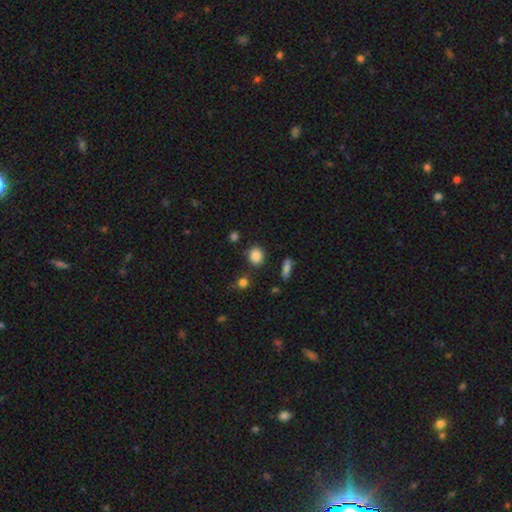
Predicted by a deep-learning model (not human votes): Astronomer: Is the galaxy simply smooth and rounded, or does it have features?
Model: smooth — 85%.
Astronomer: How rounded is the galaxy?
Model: round — 70%.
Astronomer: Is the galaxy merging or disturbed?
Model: none — 82%.